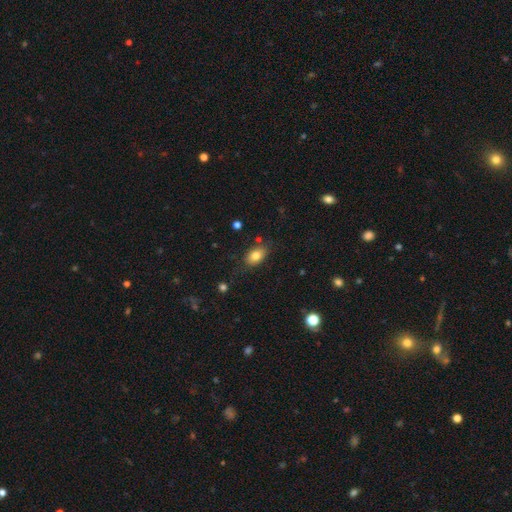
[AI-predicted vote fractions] Q: Smooth or featured?
A: smooth (80%); runner-up: featured or disk (11%)
Q: How rounded?
A: in between (87%); runner-up: round (11%)
Q: Merging?
A: none (76%); runner-up: minor disturbance (17%)